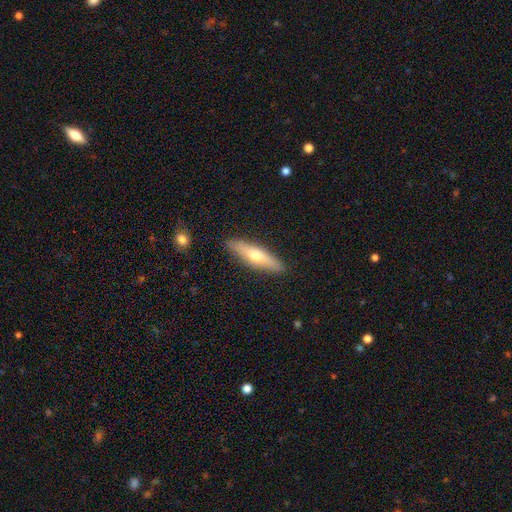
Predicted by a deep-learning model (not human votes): Smooth or featured? Predicted: smooth (p=0.52). How rounded? Predicted: cigar-shaped (p=0.75). Merging? Predicted: none (p=0.88).